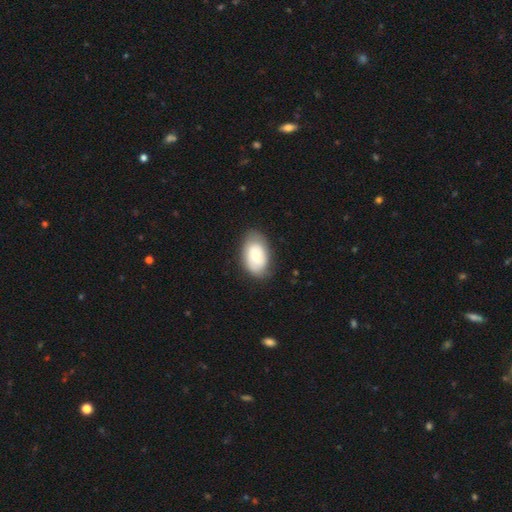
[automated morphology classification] Smooth or featured? smooth (64%)
How rounded? in between (89%)
Merging? none (76%)